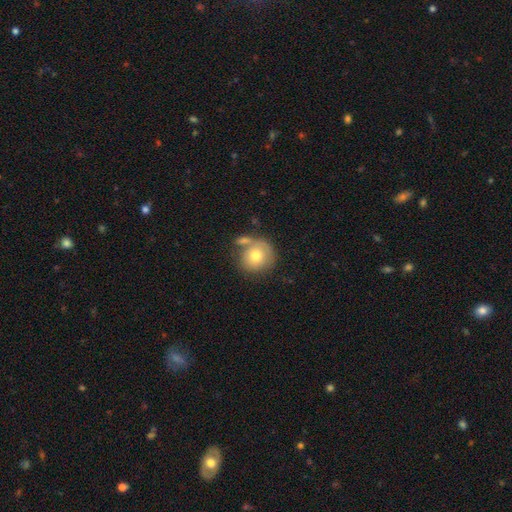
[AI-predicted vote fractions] Smooth or featured?
  - smooth: 72% *
  - featured or disk: 20%
  - star or artifact: 8%
How rounded?
  - round: 88% *
  - in between: 11%
  - cigar-shaped: 1%
Merging?
  - none: 53% *
  - merger: 24%
  - minor disturbance: 16%
  - major disturbance: 7%